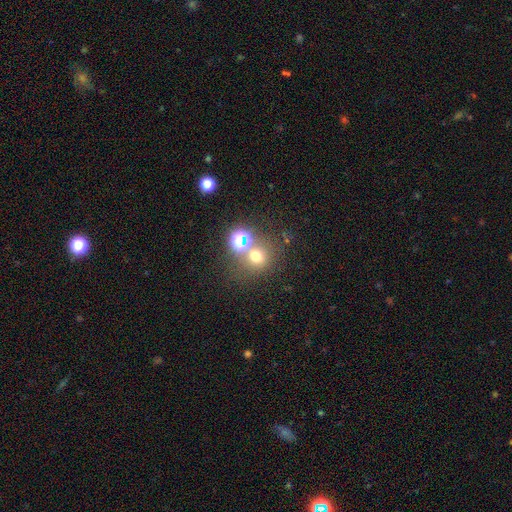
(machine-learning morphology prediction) smooth-or-featured: smooth: 63% | star or artifact: 27% | featured or disk: 10%
  how-rounded: round: 84% | in between: 15% | cigar-shaped: 1%
  merging: none: 64% | merger: 22% | minor disturbance: 9% | major disturbance: 5%